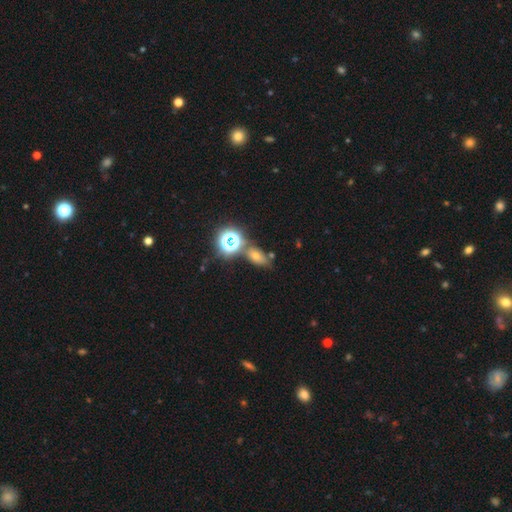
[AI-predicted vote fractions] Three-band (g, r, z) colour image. It shows a smooth galaxy with no disk features (42%). Merging: none (69%).